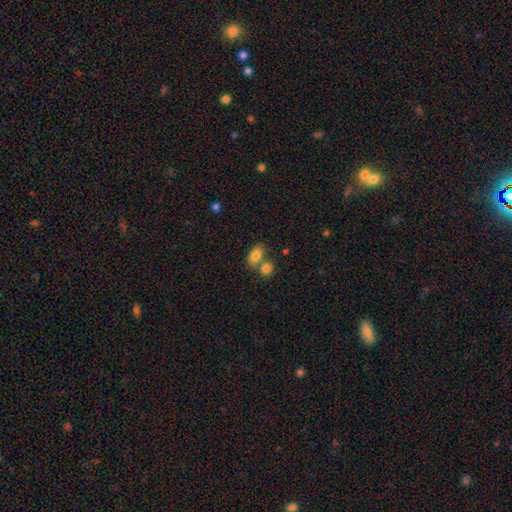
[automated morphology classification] Q: Smooth or featured?
A: smooth (82%); runner-up: featured or disk (9%)
Q: How rounded?
A: in between (85%); runner-up: round (13%)
Q: Merging?
A: none (50%); runner-up: merger (35%)